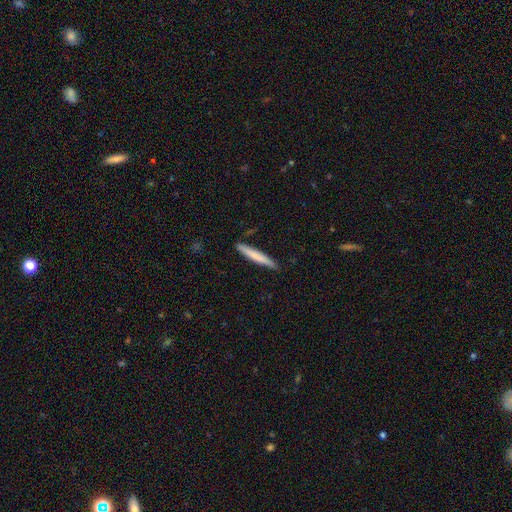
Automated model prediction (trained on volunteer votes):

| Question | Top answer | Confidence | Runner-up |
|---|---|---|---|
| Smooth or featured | smooth | 72% | featured or disk (23%) |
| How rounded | cigar-shaped | 96% | in between (3%) |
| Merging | none | 89% | minor disturbance (8%) |